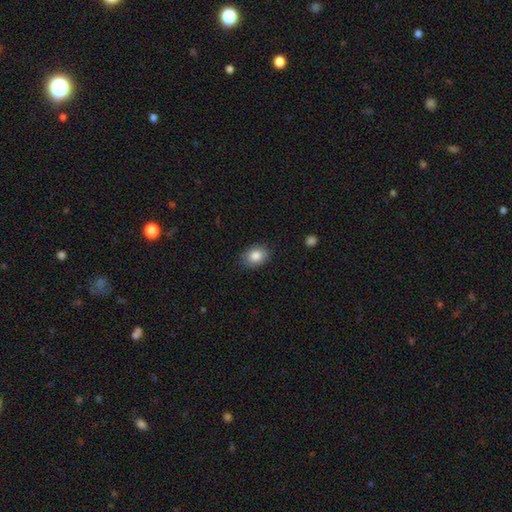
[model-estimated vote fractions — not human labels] Smooth or featured?
  - smooth: 85% *
  - star or artifact: 8%
  - featured or disk: 7%
How rounded?
  - in between: 66% *
  - round: 33%
  - cigar-shaped: 1%
Merging?
  - none: 86% *
  - minor disturbance: 11%
  - major disturbance: 2%
  - merger: 1%